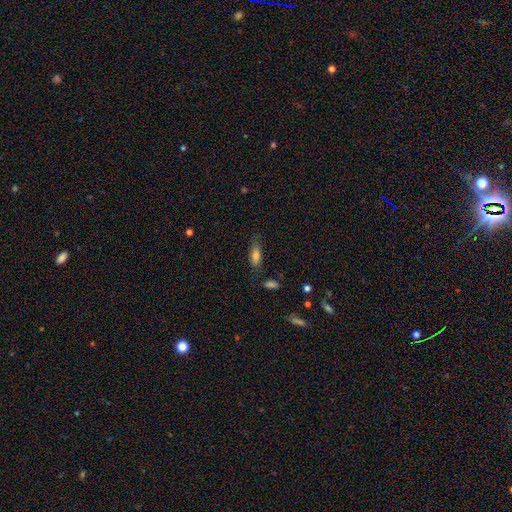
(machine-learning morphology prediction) Smooth or featured? smooth (78%)
How rounded? in between (68%)
Merging? none (69%)